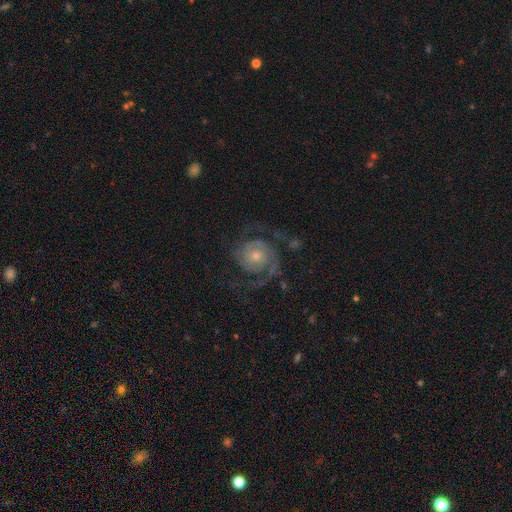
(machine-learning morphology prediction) type=featured or disk (88%); edge-on=no (98%); bar=no (75%); spiral arms=yes (97%); winding=medium (45%); arm count=2 (80%); bulge=small (47%); merging=none (72%).